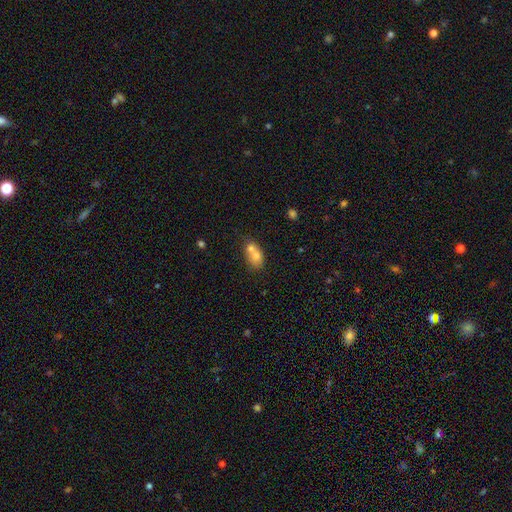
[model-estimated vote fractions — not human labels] A smooth galaxy with no disk features (69%) that is in between round and cigar-shaped (66%). Merging: merger (65%).